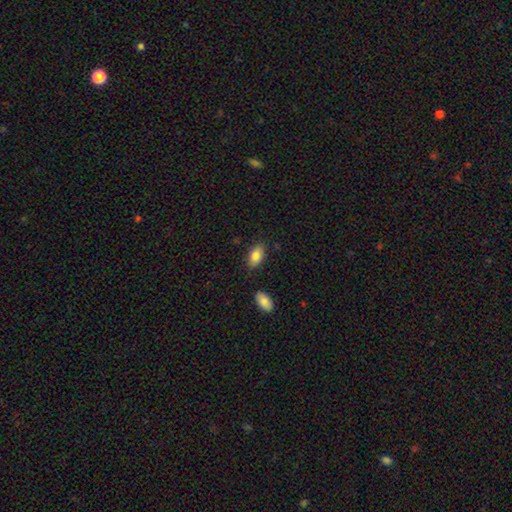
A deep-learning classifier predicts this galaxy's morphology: This is clearly a smooth galaxy (85%). How rounded: clearly in between (92%). Merging: clearly none (82%).